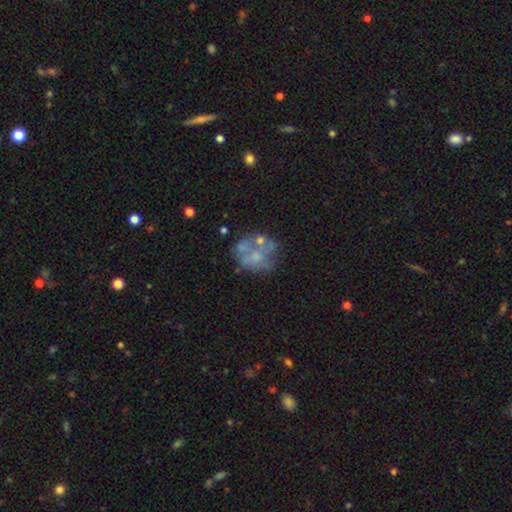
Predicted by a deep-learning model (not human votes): Smooth or featured: featured or disk — 58% (smooth — 31%)
Edge-on disk: no — 98% (yes — 2%)
Bar: no — 91% (weak — 7%)
Spiral arms: no — 90% (yes — 10%)
Bulge size: none — 44% (moderate — 26%)
Merging: none — 43% (major disturbance — 19%)